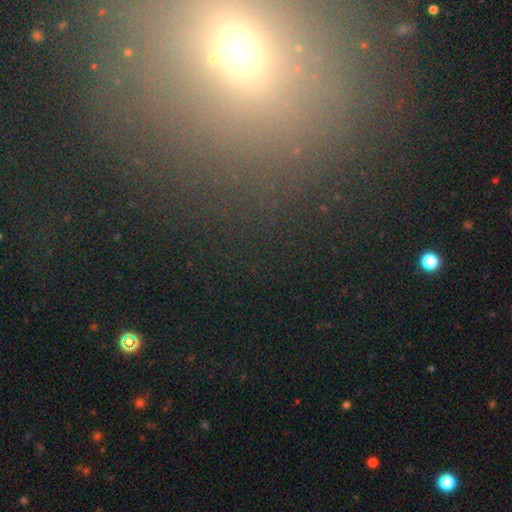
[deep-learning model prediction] Smooth or featured? Predicted: star or artifact (p=0.50).